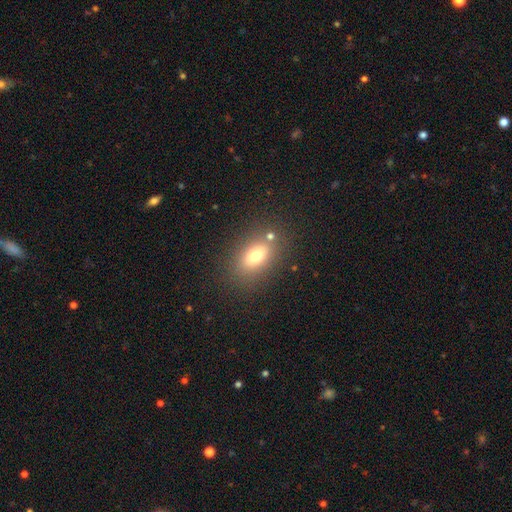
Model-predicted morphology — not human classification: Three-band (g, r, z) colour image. It shows a smooth galaxy with no disk features (73%) that is in between round and cigar-shaped (81%). Merging: none (77%).